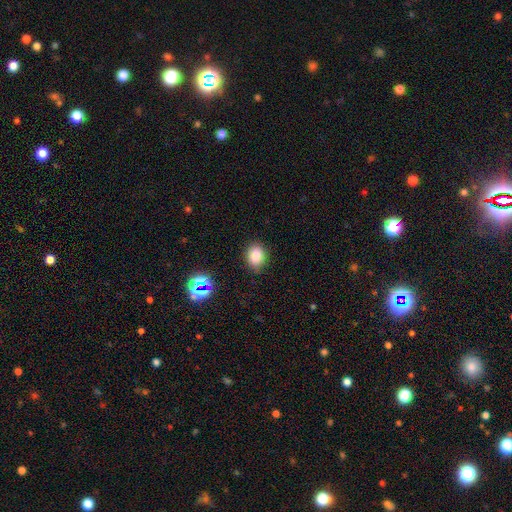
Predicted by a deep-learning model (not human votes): Smooth or featured: smooth — 82% (star or artifact — 13%)
How rounded: in between — 51% (round — 48%)
Merging: none — 84% (minor disturbance — 12%)